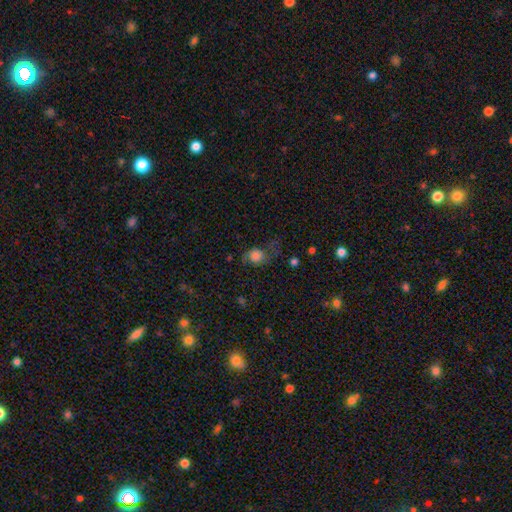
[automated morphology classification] A smooth galaxy with no disk features (68%) that is round (66%). Merging: none (39%).